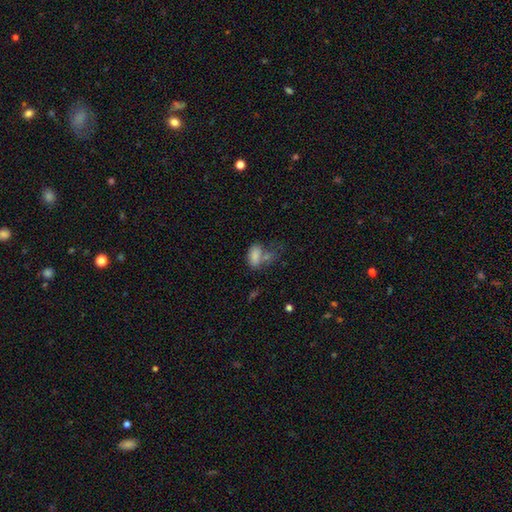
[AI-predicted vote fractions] Morphology: type=smooth (79%); roundness=in between (89%); merging=merger (38%).